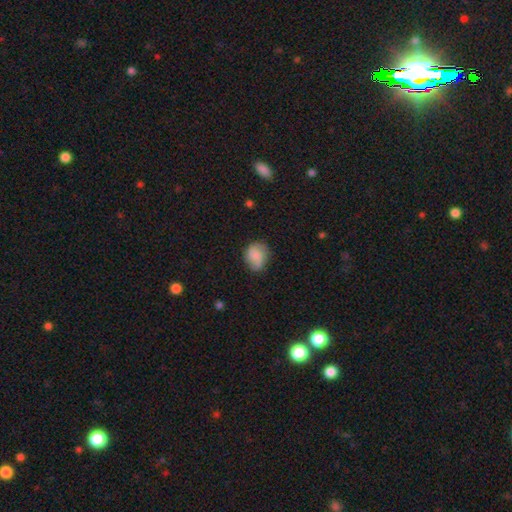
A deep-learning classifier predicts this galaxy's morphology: Overall: smooth (70%). How rounded: round (62%; in between 37%). Merging: none (64%; minor disturbance 26%).